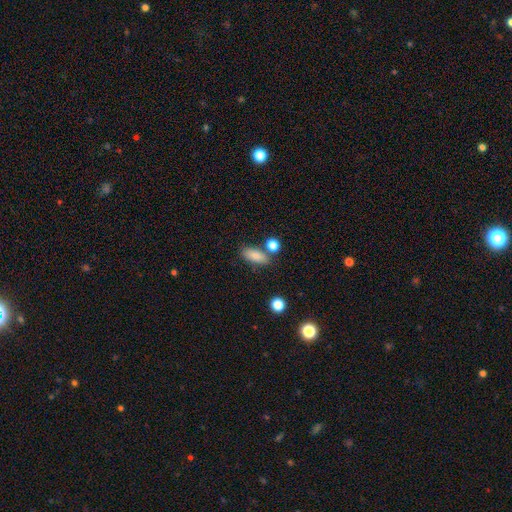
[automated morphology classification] Smooth or featured: smooth — 85% (star or artifact — 9%)
How rounded: in between — 79% (cigar-shaped — 14%)
Merging: none — 69% (minor disturbance — 14%)